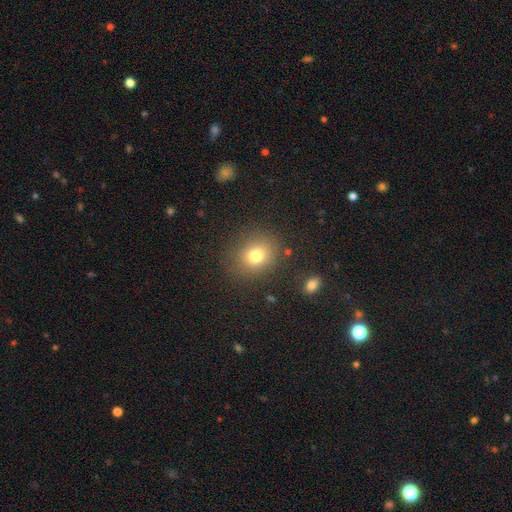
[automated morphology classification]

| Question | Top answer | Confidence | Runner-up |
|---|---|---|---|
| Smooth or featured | smooth | 76% | star or artifact (14%) |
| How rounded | round | 65% | in between (34%) |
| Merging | none | 83% | minor disturbance (11%) |